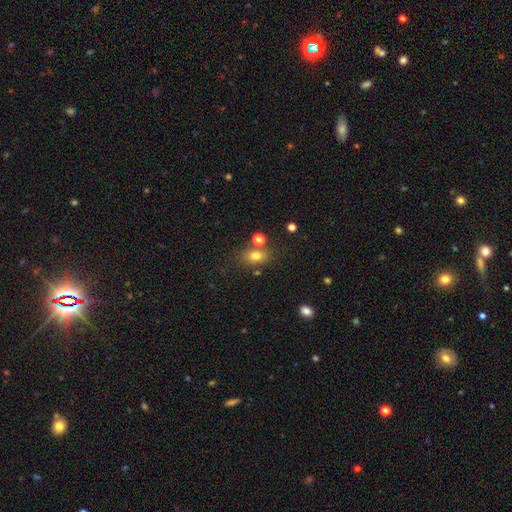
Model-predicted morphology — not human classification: smooth-or-featured: smooth: 76% | star or artifact: 13% | featured or disk: 11%
  how-rounded: in between: 68% | round: 31% | cigar-shaped: 2%
  merging: none: 68% | merger: 14% | minor disturbance: 13% | major disturbance: 5%